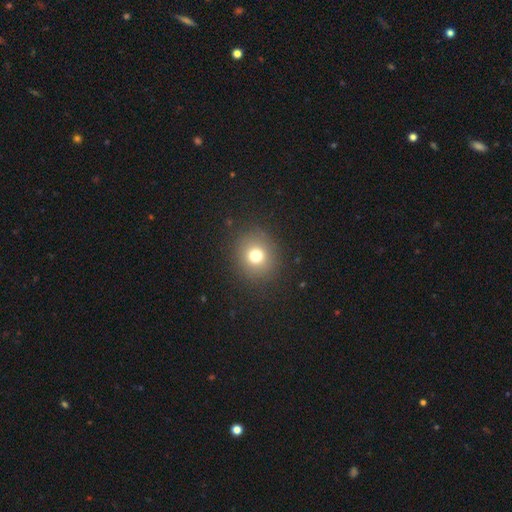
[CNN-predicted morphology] A smooth galaxy with no disk features (74%) that is round (86%).

Vote fractions:
- Smooth or featured? smooth: 74% / star or artifact: 15% / featured or disk: 11%
- How rounded? round: 86% / in between: 13% / cigar-shaped: 1%
- Merging? none: 89% / minor disturbance: 7% / major disturbance: 4% / merger: 1%